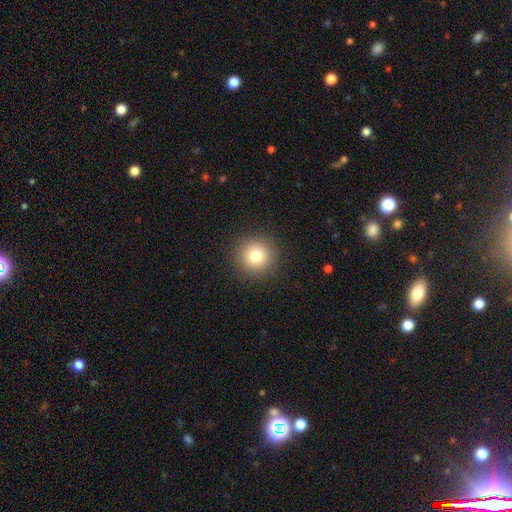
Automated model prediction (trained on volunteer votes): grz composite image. It shows a smooth galaxy with no disk features (80%) that is round (95%). Merging: none (92%).